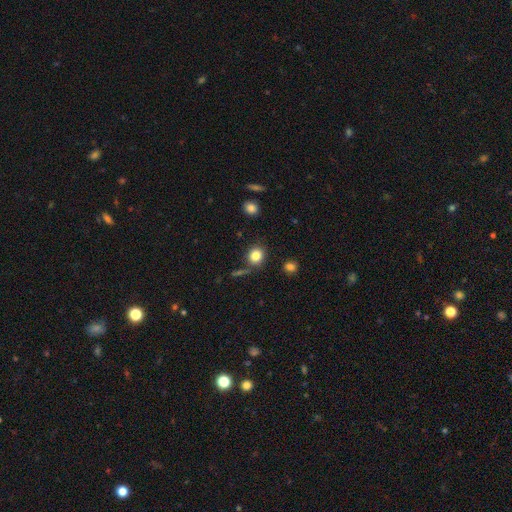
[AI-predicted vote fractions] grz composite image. It shows a smooth galaxy with no disk features (83%) that is round (80%). Merging: none (79%).